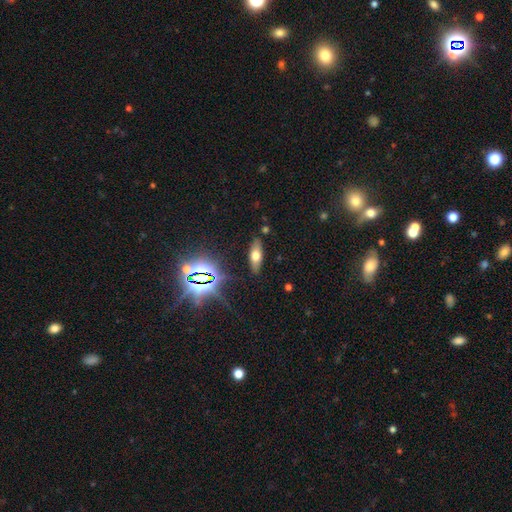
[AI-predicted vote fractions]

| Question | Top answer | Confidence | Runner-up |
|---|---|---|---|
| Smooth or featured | smooth | 55% | featured or disk (26%) |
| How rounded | in between | 68% | cigar-shaped (28%) |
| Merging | none | 85% | minor disturbance (10%) |